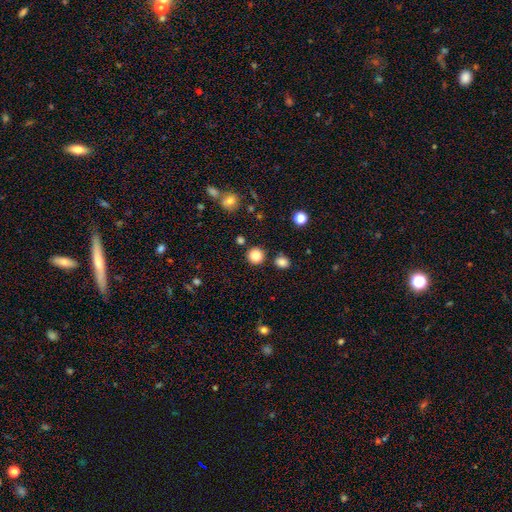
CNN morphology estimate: The model was most divided on "smooth or featured": smooth: 84%, star or artifact: 12%, featured or disk: 4%. More confident: how rounded — round (94%); merging — none (87%).